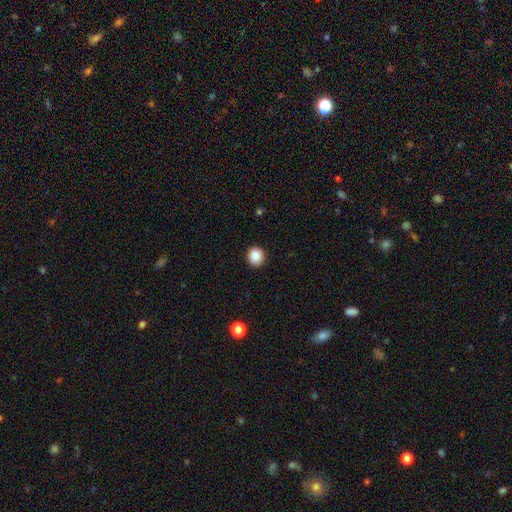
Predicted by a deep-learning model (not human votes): Smooth or featured?
  - smooth: 87% *
  - star or artifact: 9%
  - featured or disk: 3%
How rounded?
  - round: 88% *
  - in between: 11%
  - cigar-shaped: 1%
Merging?
  - none: 92% *
  - minor disturbance: 6%
  - major disturbance: 2%
  - merger: 1%